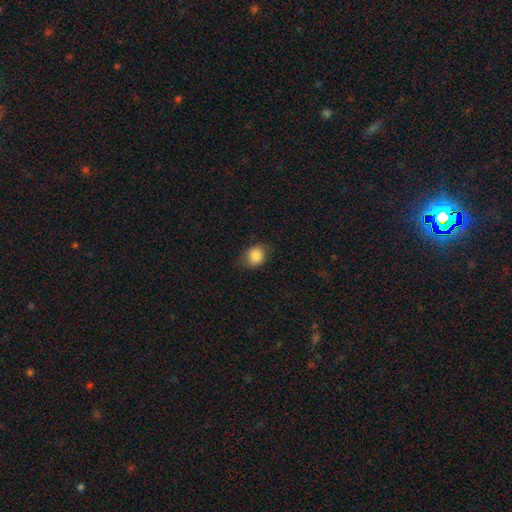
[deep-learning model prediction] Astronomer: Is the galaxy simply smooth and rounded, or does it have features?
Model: smooth — 86%.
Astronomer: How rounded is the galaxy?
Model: round — 59% (runner-up: in between, 40%).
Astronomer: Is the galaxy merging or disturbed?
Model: none — 74%.